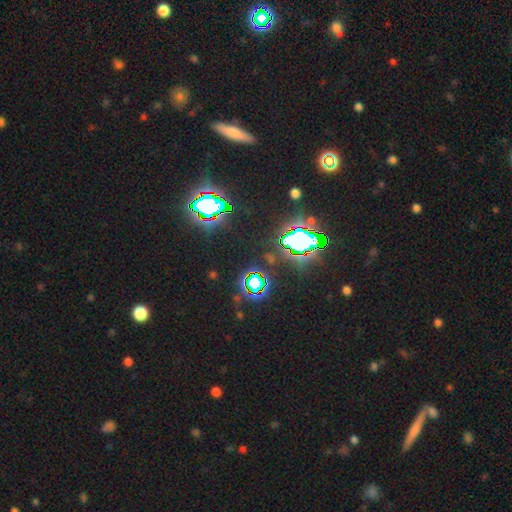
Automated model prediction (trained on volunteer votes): Smooth or featured? star or artifact (82%)